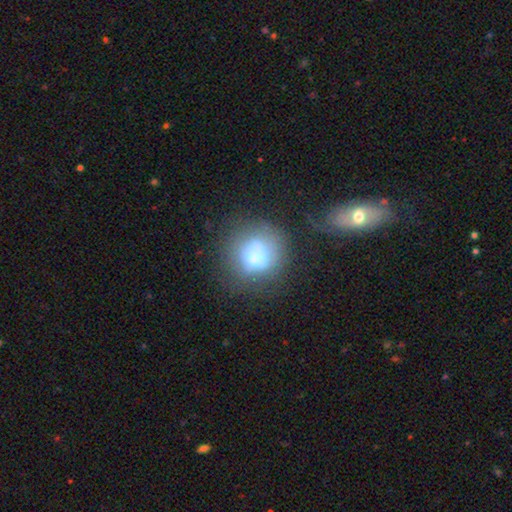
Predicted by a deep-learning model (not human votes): The model was most divided on "smooth or featured": smooth: 46%, featured or disk: 40%, star or artifact: 14%. Remaining: merging — none (50%).